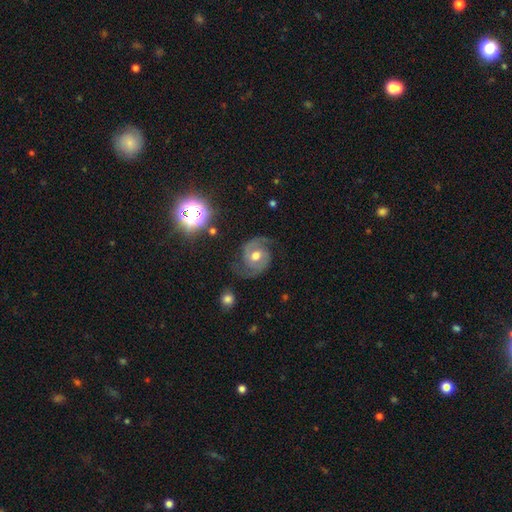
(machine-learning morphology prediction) The model was most divided on "spiral winding": medium: 54%, tight: 31%, loose: 15%. More confident: edge-on disk — no (98%); spiral arms — yes (97%); spiral arm count — 2 (94%); smooth or featured — featured or disk (87%); bulge size — moderate (79%); merging — none (77%); bar — no (58%).